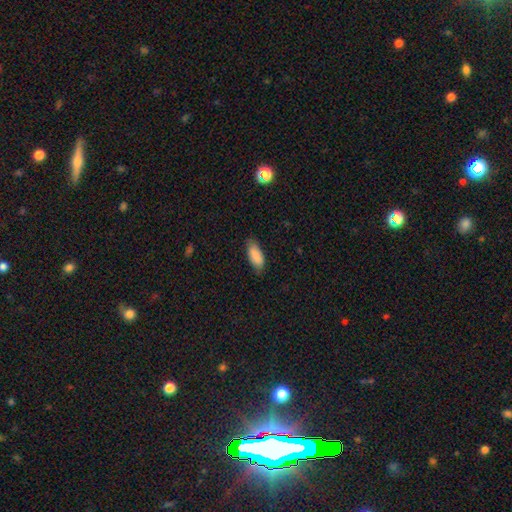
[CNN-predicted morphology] This appears to be a smooth galaxy with no disk features (87%) that is in between round and cigar-shaped (83%). Merging: none (78%).